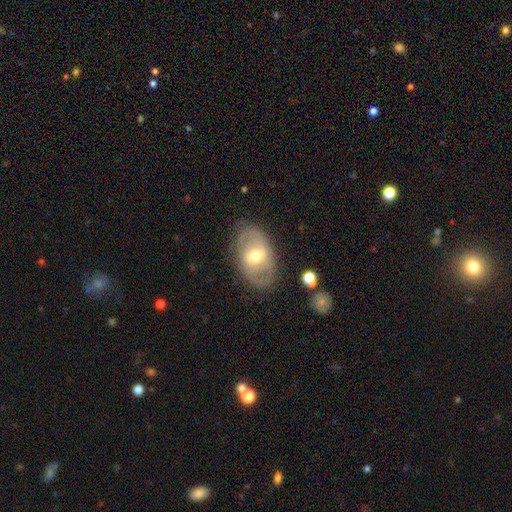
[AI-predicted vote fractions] Smooth or featured: featured or disk — 57% (smooth — 36%)
Edge-on disk: no — 91% (yes — 9%)
Bar: weak — 44% (no — 35%)
Spiral arms: no — 53% (yes — 47%)
Bulge size: moderate — 67% (small — 24%)
Merging: none — 78% (minor disturbance — 14%)